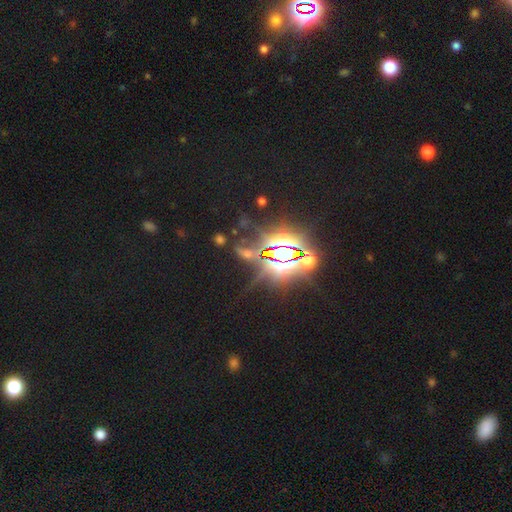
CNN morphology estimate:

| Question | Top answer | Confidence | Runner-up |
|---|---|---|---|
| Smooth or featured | star or artifact | 84% | featured or disk (8%) |